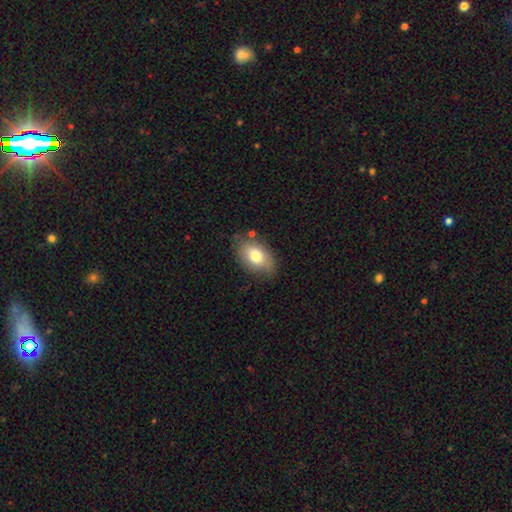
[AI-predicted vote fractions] smooth_or_featured: smooth (p=0.76) [alt: featured or disk p=0.17]
how_rounded: in between (p=0.89) [alt: round p=0.10]
merging: none (p=0.75) [alt: minor disturbance p=0.17]